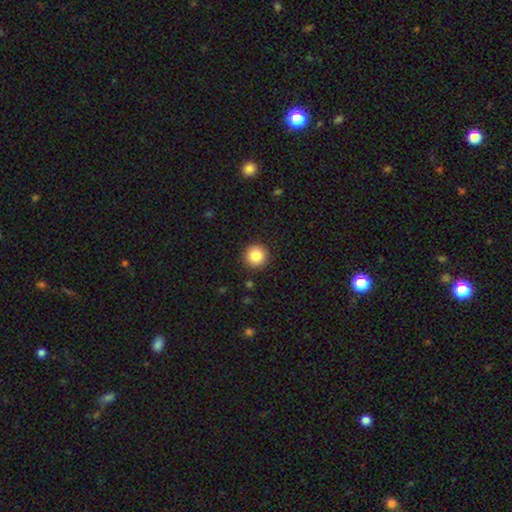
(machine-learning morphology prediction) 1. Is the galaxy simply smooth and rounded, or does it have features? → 86% smooth, 9% star or artifact, 5% featured or disk.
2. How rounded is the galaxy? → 95% round, 4% in between, 1% cigar-shaped.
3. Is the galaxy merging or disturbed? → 92% none, 5% minor disturbance, 2% major disturbance, 1% merger.